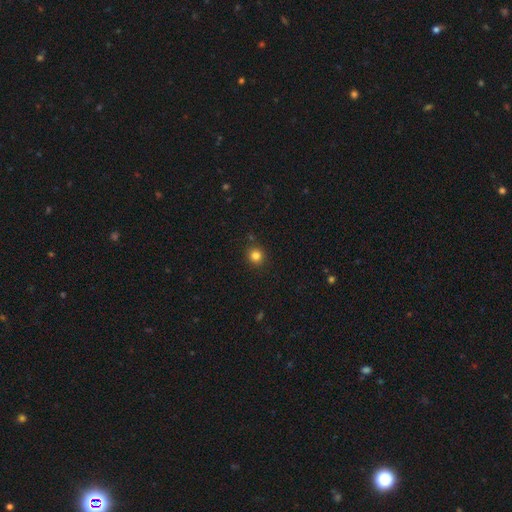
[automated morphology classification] The model was most divided on "smooth or featured": smooth: 83%, star or artifact: 12%, featured or disk: 5%. More confident: how rounded — round (91%); merging — none (90%).